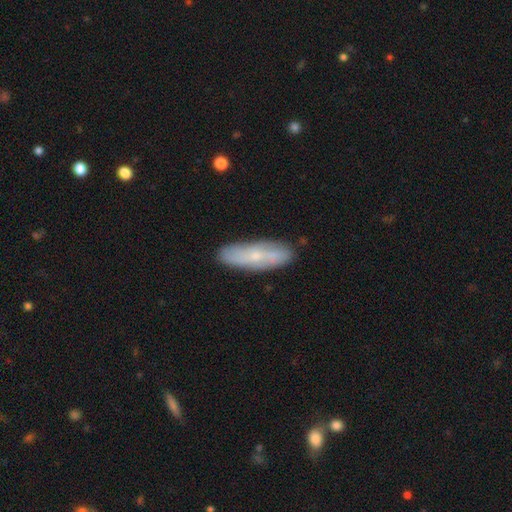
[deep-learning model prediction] smooth 47%, featured or disk 46%, star or artifact 7%. Down the decision tree: merging — none (85%).